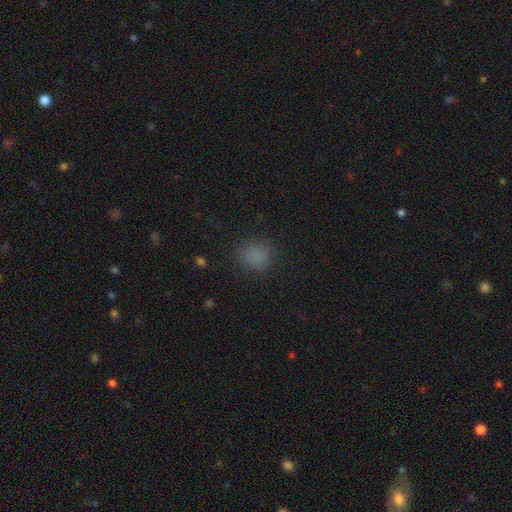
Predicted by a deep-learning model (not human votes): Smooth or featured: smooth — 79% (star or artifact — 16%)
How rounded: round — 80% (in between — 19%)
Merging: none — 84% (minor disturbance — 11%)